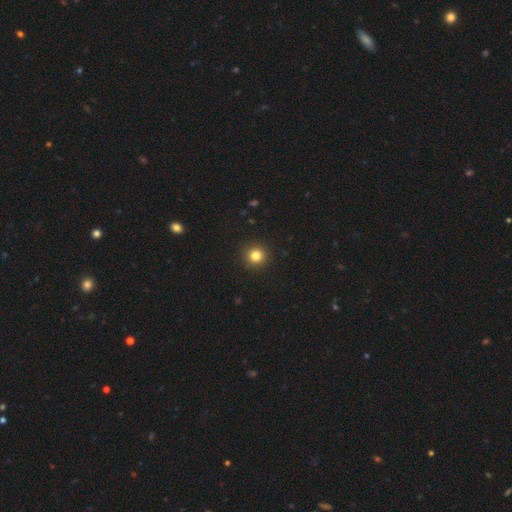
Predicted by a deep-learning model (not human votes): smooth-or-featured: smooth: 82% | star or artifact: 12% | featured or disk: 5%
  how-rounded: round: 94% | in between: 5% | cigar-shaped: 1%
  merging: none: 93% | minor disturbance: 4% | major disturbance: 2% | merger: 1%